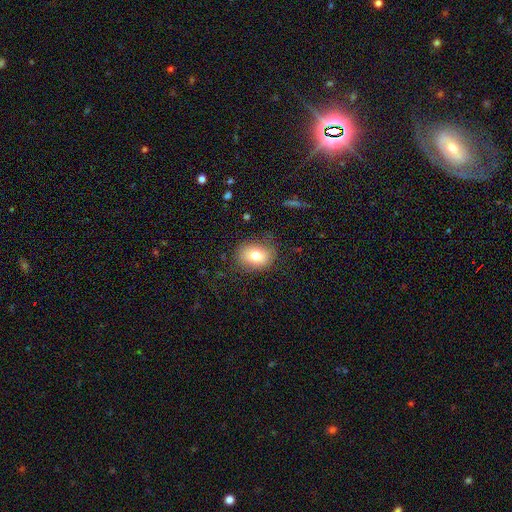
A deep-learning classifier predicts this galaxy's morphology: Smooth or featured: smooth — 76% (featured or disk — 14%)
How rounded: in between — 59% (round — 40%)
Merging: none — 78% (minor disturbance — 16%)